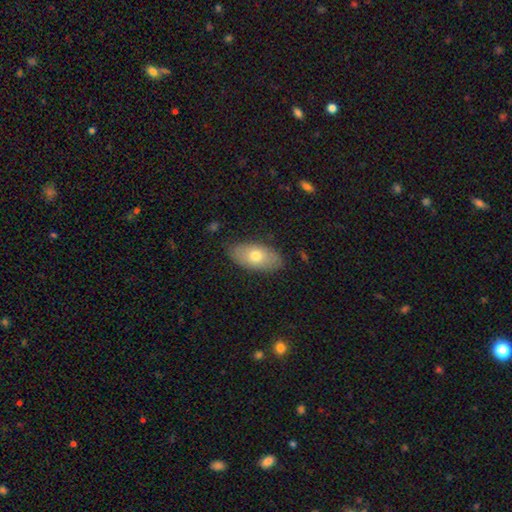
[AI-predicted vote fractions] The model was most divided on "smooth or featured": smooth: 68%, featured or disk: 26%, star or artifact: 7%. More confident: how rounded — in between (92%); merging — none (86%).